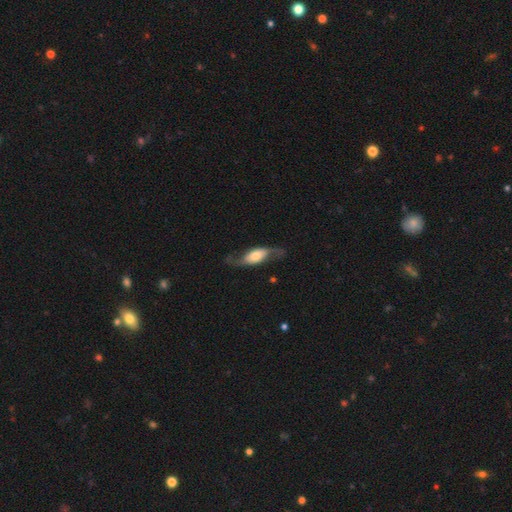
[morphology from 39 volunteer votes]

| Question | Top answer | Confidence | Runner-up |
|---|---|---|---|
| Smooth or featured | featured or disk | 82% | smooth (15%) |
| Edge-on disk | no | 72% | yes (28%) |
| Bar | no | 48% | weak (35%) |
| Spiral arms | yes | 96% | no (4%) |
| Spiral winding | loose | 50% | medium (45%) |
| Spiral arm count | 2 | 95% | 1 (5%) |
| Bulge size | moderate | 65% | small (22%) |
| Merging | none | 66% | minor disturbance (16%) |